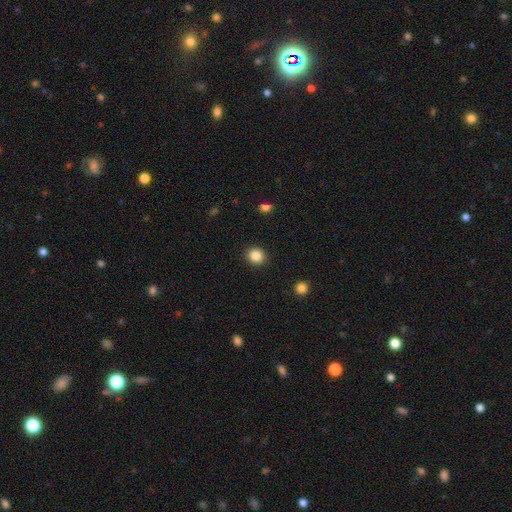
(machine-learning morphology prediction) Q: Smooth or featured?
A: smooth (86%); runner-up: star or artifact (10%)
Q: How rounded?
A: round (75%); runner-up: in between (24%)
Q: Merging?
A: none (91%); runner-up: minor disturbance (6%)